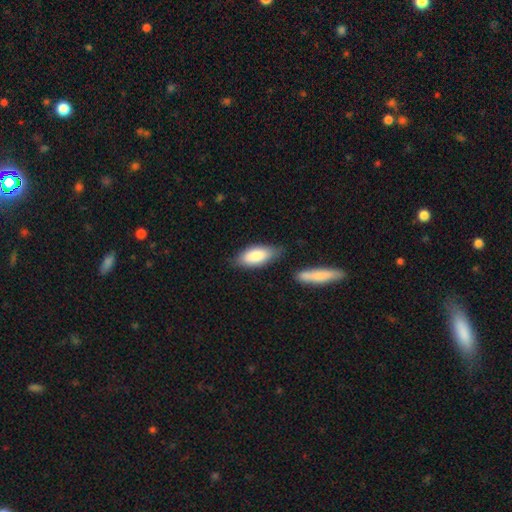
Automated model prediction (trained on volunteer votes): Smooth or featured? Predicted: smooth (p=0.84). How rounded? Predicted: in between (p=0.84). Merging? Predicted: none (p=0.71).